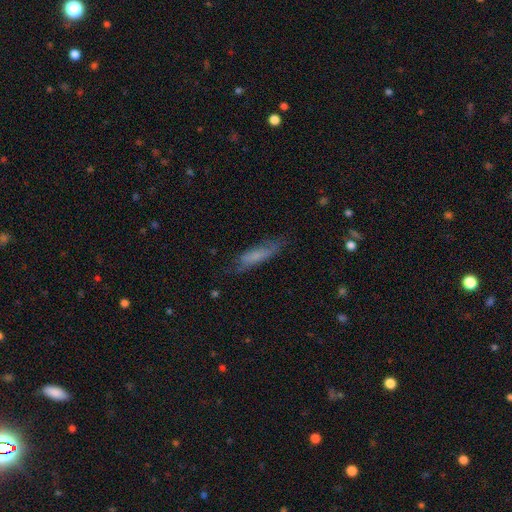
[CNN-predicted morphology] Smooth or featured? smooth (62%)
How rounded? cigar-shaped (70%)
Merging? none (66%)